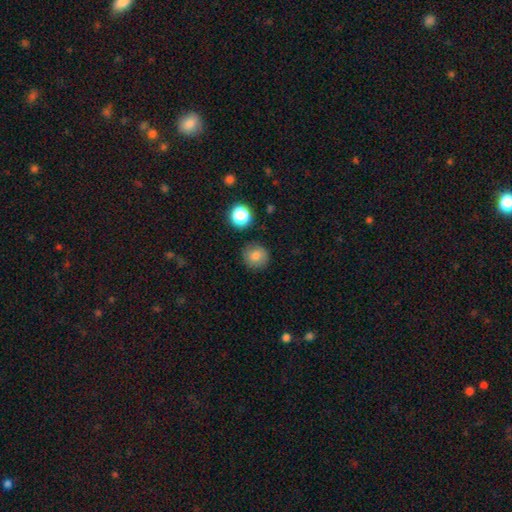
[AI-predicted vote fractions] A smooth galaxy with no disk features (80%) that is round (92%).

Vote fractions:
- Smooth or featured? smooth: 80% / star or artifact: 11% / featured or disk: 9%
- How rounded? round: 92% / in between: 7% / cigar-shaped: 1%
- Merging? none: 86% / minor disturbance: 9% / major disturbance: 3% / merger: 2%